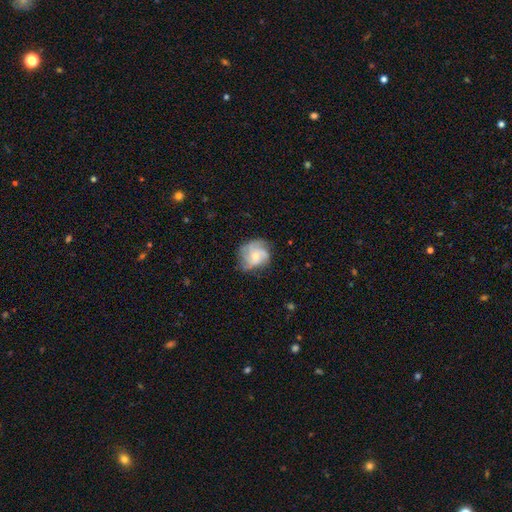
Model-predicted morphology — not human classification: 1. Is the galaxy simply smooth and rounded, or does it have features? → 73% featured or disk, 20% smooth, 7% star or artifact.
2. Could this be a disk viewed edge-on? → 98% no, 2% yes.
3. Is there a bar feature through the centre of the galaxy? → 73% no, 24% weak, 3% strong.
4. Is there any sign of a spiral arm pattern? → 94% yes, 6% no.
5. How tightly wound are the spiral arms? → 44% tight, 42% medium, 14% loose.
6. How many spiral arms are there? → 42% 3, 19% can't tell, 18% 4, 11% 2, 5% more than 4, 5% 1.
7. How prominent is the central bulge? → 56% small, 37% moderate, 3% none, 2% large, 1% dominant.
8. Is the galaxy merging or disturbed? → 69% none, 21% minor disturbance, 9% major disturbance, 1% merger.